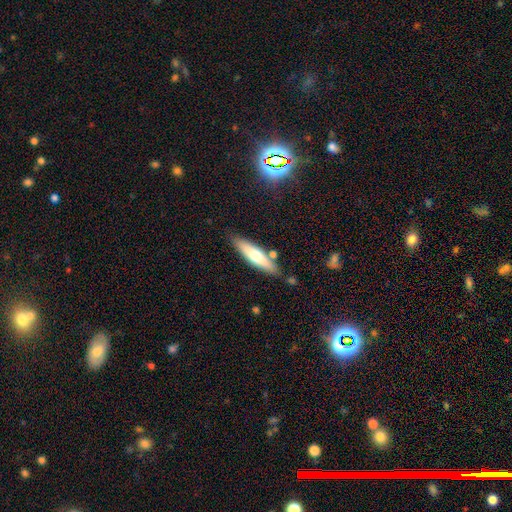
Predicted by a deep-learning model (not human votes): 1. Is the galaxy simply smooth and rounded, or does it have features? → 56% smooth, 38% featured or disk, 6% star or artifact.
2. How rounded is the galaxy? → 71% cigar-shaped, 27% in between, 2% round.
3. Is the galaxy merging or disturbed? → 80% none, 12% minor disturbance, 6% merger, 2% major disturbance.